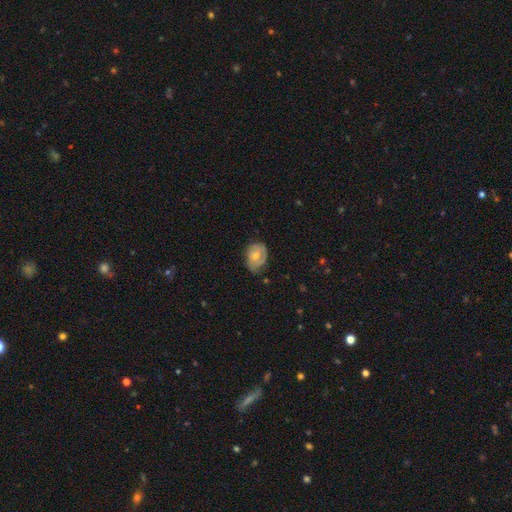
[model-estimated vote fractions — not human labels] Overall: smooth (47%; featured or disk 46%). Merging: none (55%; minor disturbance 34%).